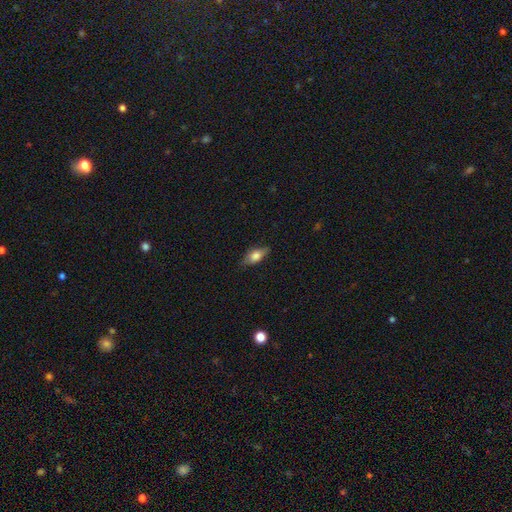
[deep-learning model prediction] Q: Smooth or featured?
A: smooth (69%); runner-up: featured or disk (24%)
Q: How rounded?
A: in between (80%); runner-up: cigar-shaped (16%)
Q: Merging?
A: none (78%); runner-up: minor disturbance (17%)